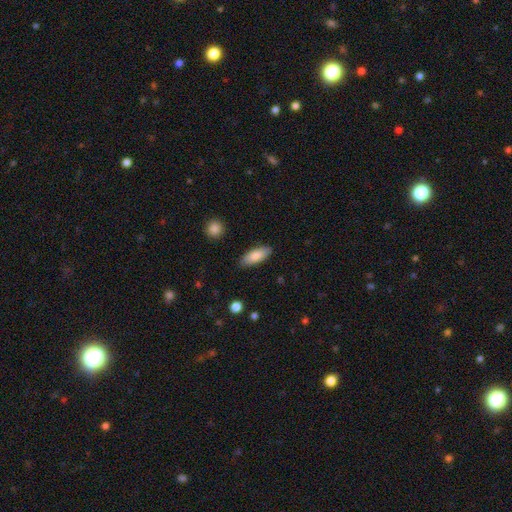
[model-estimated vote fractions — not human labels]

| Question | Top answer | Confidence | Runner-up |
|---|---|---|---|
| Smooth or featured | smooth | 85% | featured or disk (9%) |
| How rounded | in between | 75% | cigar-shaped (23%) |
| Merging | none | 87% | minor disturbance (9%) |